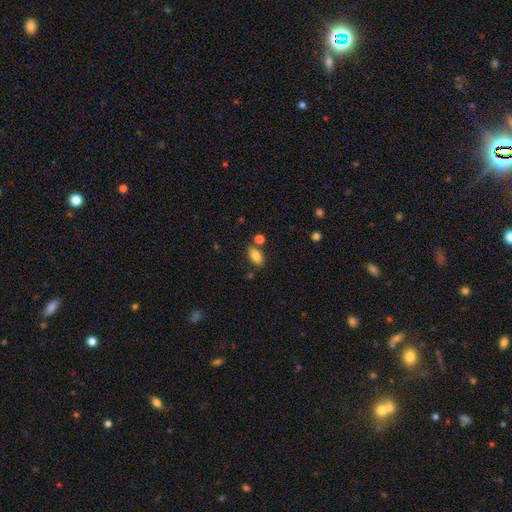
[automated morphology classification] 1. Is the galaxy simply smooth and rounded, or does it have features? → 84% smooth, 8% star or artifact, 8% featured or disk.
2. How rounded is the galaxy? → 89% in between, 6% cigar-shaped, 5% round.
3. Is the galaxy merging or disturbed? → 75% none, 12% minor disturbance, 11% merger, 3% major disturbance.